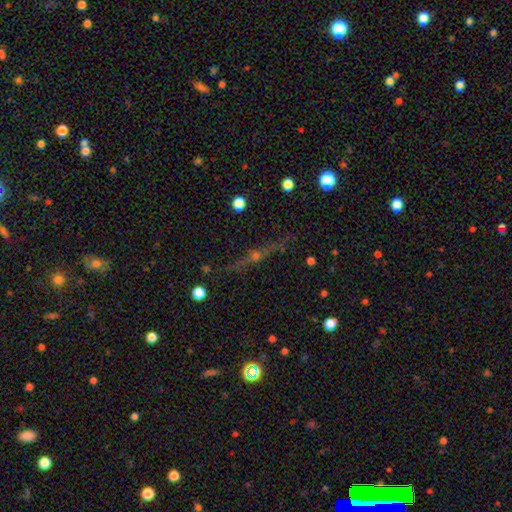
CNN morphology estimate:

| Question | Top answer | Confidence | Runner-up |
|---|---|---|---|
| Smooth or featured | featured or disk | 62% | star or artifact (21%) |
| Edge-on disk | yes | 93% | no (7%) |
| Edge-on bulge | rounded | 84% | none (11%) |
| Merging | none | 83% | minor disturbance (11%) |